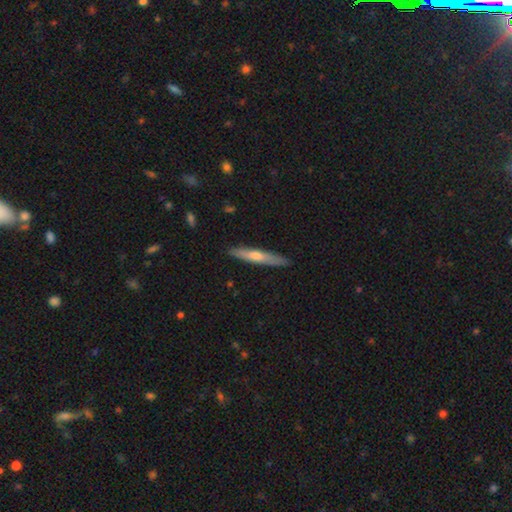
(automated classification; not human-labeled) Morphology: type=featured or disk (49%); merging=none (90%).